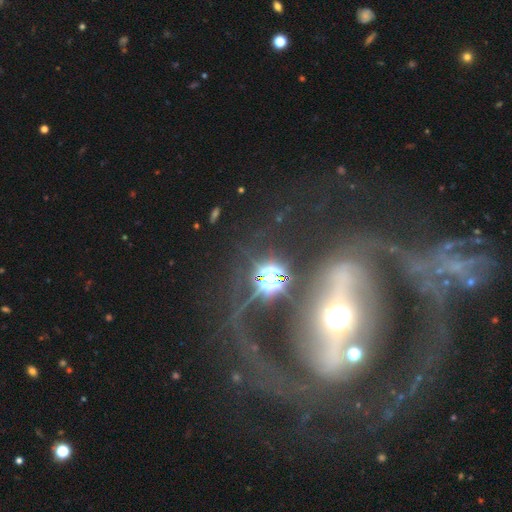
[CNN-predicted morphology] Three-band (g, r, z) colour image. It shows a featured or disk galaxy (87%) with a strong bar (73%), 2 (87%) medium (48%) spiral arms (81%) and a moderate central bulge (58%). Merging: none (58%).